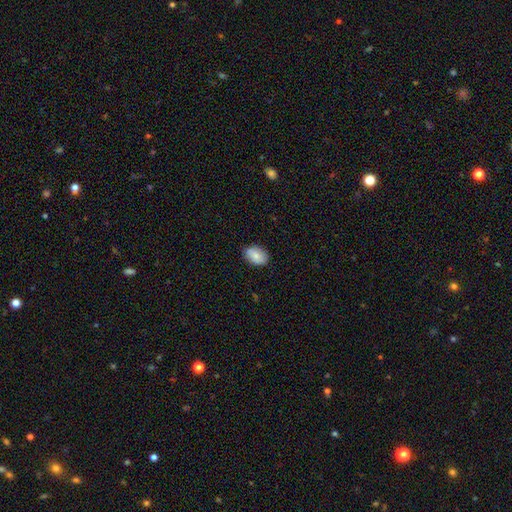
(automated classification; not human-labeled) Smooth or featured? Predicted: smooth (p=0.81). How rounded? Predicted: in between (p=0.86). Merging? Predicted: none (p=0.85).